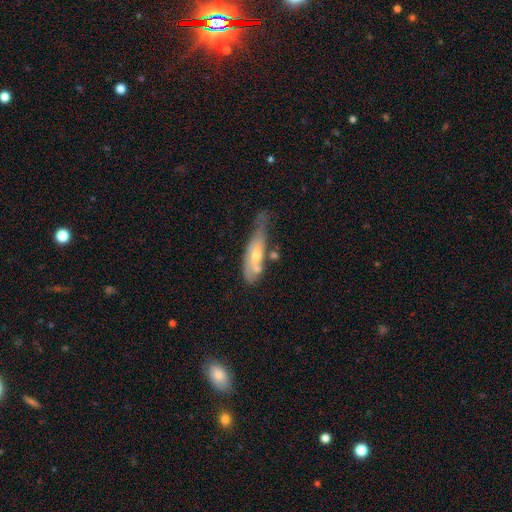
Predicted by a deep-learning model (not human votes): Smooth or featured? featured or disk (51%)
Edge-on disk? no (66%)
Merging? minor disturbance (32%)